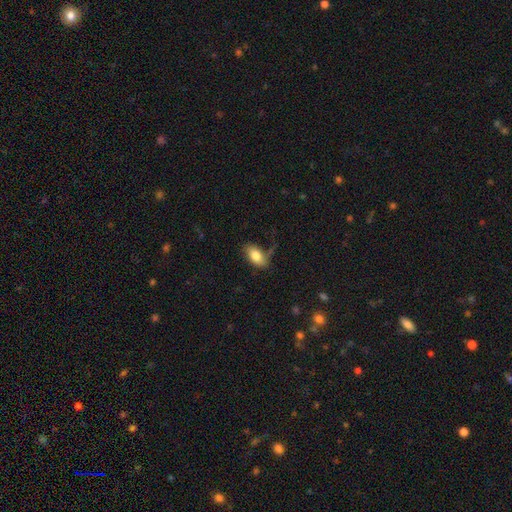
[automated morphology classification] Overall: smooth (79%). How rounded: in between (92%). Merging: none (63%).